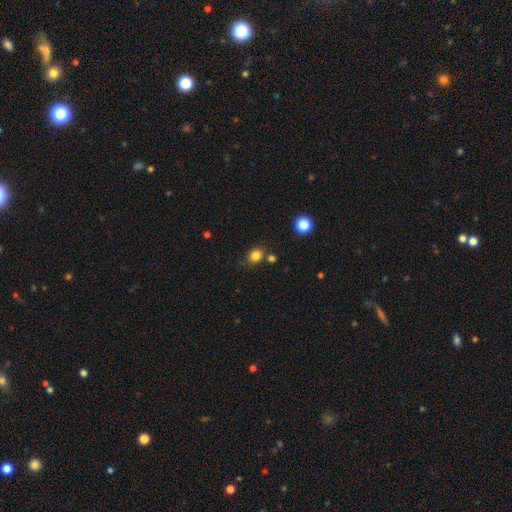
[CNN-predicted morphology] Overall: smooth (82%). How rounded: round (72%). Merging: none (70%).